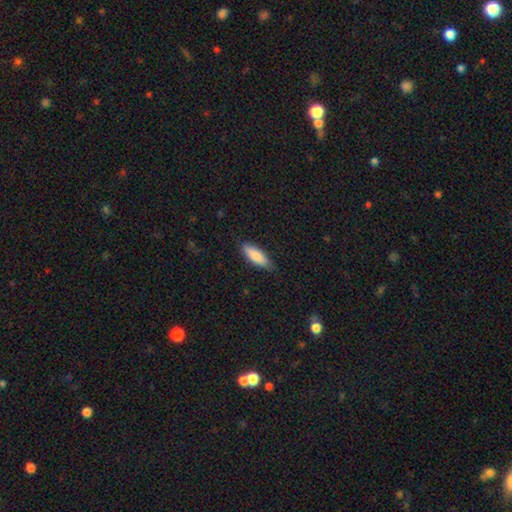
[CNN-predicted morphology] This appears to be a smooth galaxy with no disk features (83%) that is in between round and cigar-shaped (60%). Merging: none (82%).